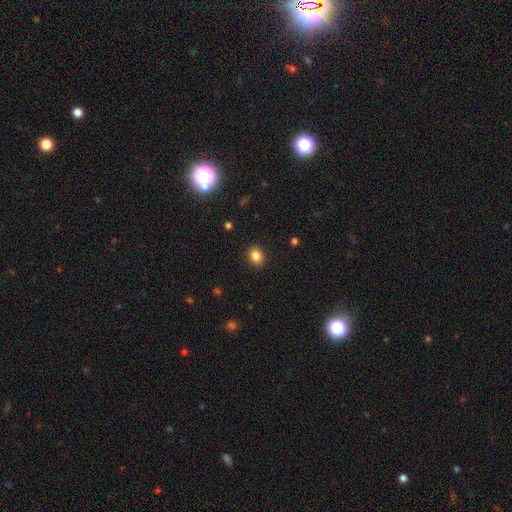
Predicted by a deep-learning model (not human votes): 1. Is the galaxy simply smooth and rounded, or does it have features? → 84% smooth, 11% star or artifact, 5% featured or disk.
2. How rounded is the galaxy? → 59% round, 40% in between, 1% cigar-shaped.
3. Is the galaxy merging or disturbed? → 90% none, 7% minor disturbance, 2% major disturbance, 1% merger.